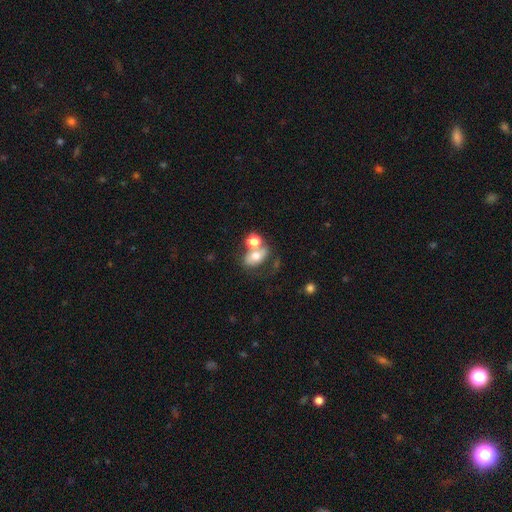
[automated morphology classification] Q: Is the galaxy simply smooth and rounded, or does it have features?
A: smooth — 62%.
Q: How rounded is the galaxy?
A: in between — 73%.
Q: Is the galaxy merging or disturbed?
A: merger — 43%.